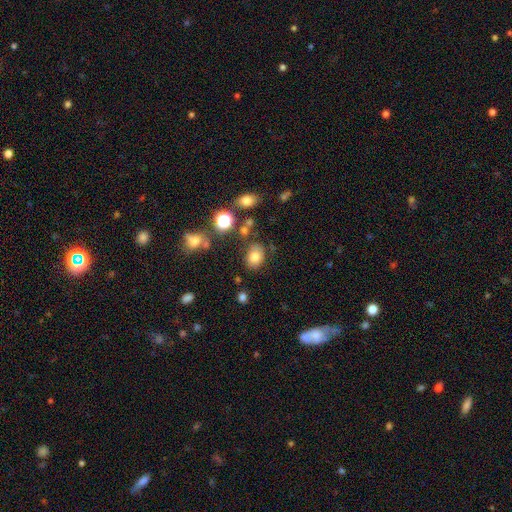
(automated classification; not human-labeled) This is likely a smooth galaxy (78%). How rounded: likely in between (64%). Merging: likely none (74%).